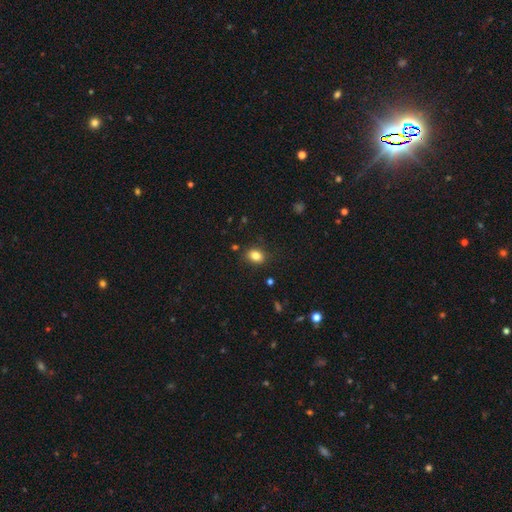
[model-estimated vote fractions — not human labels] This is clearly a smooth galaxy (84%). How rounded: likely in between (68%). Merging: clearly none (82%).